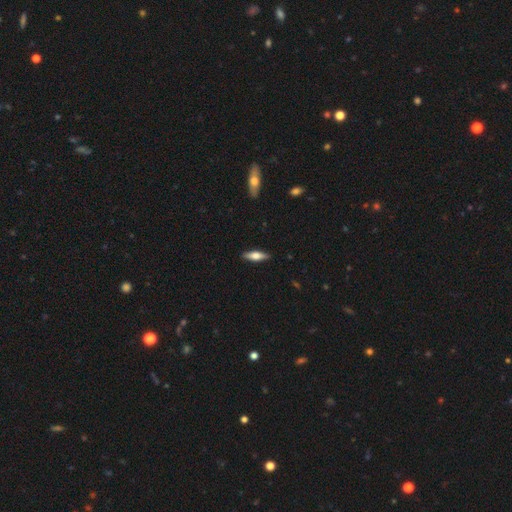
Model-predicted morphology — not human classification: Smooth or featured: smooth — 53% (featured or disk — 41%)
How rounded: cigar-shaped — 60% (in between — 38%)
Merging: none — 89% (minor disturbance — 8%)